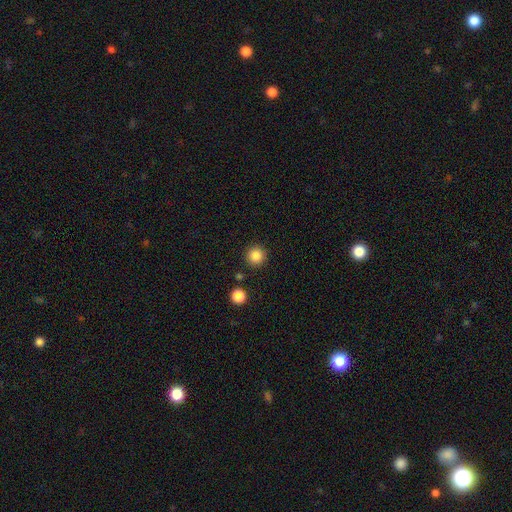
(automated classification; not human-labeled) A smooth galaxy with no disk features (86%) that is round (95%). Merging: none (89%).